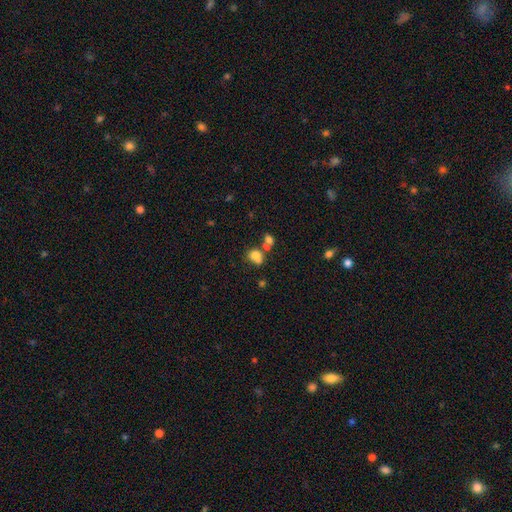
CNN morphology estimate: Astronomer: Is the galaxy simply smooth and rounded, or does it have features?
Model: smooth — 74%.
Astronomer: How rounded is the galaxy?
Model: round — 51% (runner-up: in between, 48%).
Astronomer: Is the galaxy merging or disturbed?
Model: merger — 39% (runner-up: none, 38%).